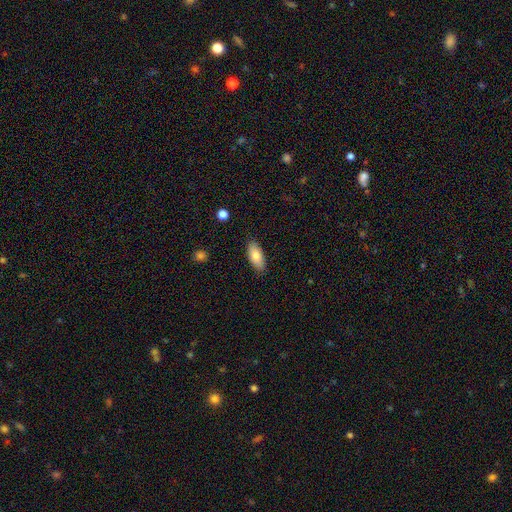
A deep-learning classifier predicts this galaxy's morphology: This is clearly a smooth galaxy (81%). How rounded: clearly in between (87%). Merging: clearly none (87%).